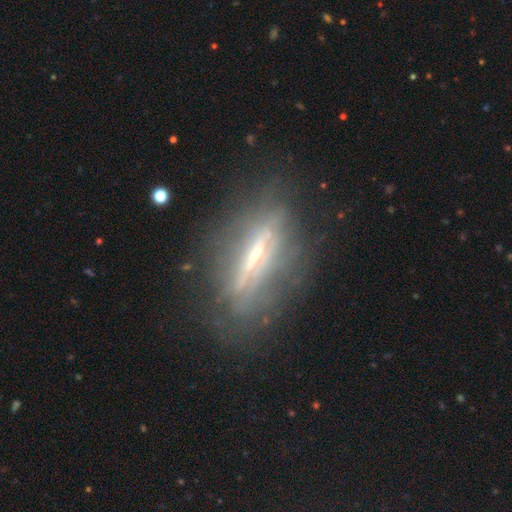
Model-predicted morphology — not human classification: Smooth or featured? featured or disk (73%)
Edge-on disk? yes (75%)
Edge-on bulge? rounded (71%)
Merging? none (62%)